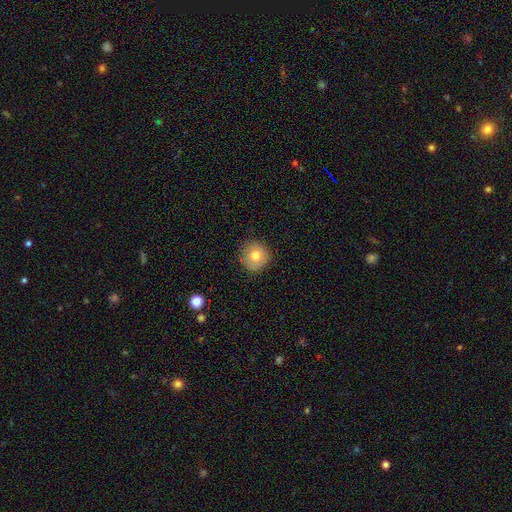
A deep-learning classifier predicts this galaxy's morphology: type=smooth (76%); roundness=round (93%); merging=none (85%).